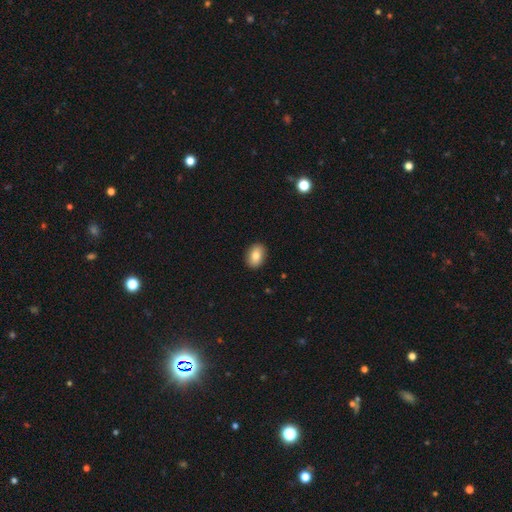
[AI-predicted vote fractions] smooth_or_featured: smooth (p=0.82) [alt: featured or disk p=0.10]
how_rounded: in between (p=0.83) [alt: round p=0.16]
merging: none (p=0.90) [alt: minor disturbance p=0.07]